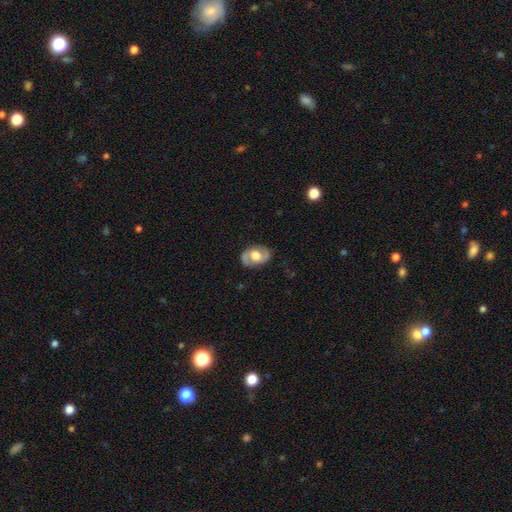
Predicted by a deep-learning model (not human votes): Smooth or featured?
  - featured or disk: 67% *
  - smooth: 27%
  - star or artifact: 6%
Edge-on disk?
  - no: 95% *
  - yes: 5%
Bar?
  - no: 59% *
  - weak: 32%
  - strong: 10%
Spiral arms?
  - yes: 75% *
  - no: 25%
Bulge size?
  - large: 48% *
  - moderate: 41%
  - small: 5%
  - dominant: 4%
  - none: 2%
Merging?
  - none: 80% *
  - minor disturbance: 14%
  - major disturbance: 5%
  - merger: 1%